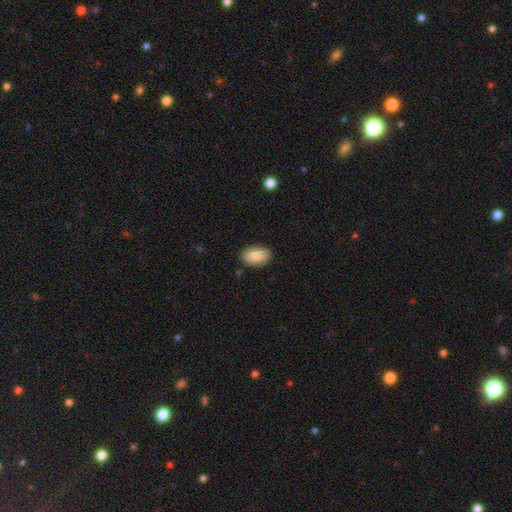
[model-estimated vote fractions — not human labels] smooth 88%, star or artifact 6%, featured or disk 6%. Down the decision tree: how rounded — in between (93%); merging — none (84%).